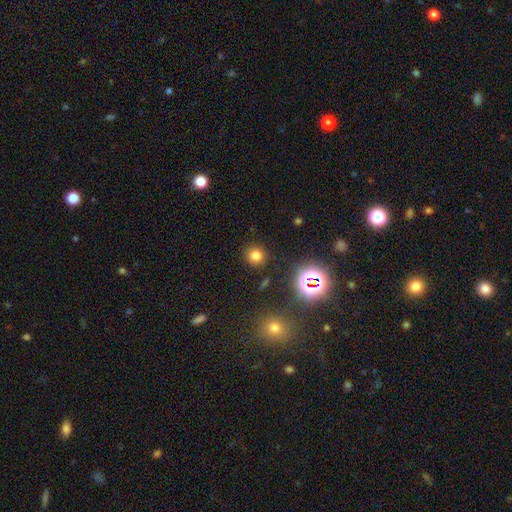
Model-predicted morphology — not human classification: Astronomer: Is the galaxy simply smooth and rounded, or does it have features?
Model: smooth — 74%.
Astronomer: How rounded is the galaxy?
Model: round — 89%.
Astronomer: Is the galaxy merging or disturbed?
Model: none — 88%.